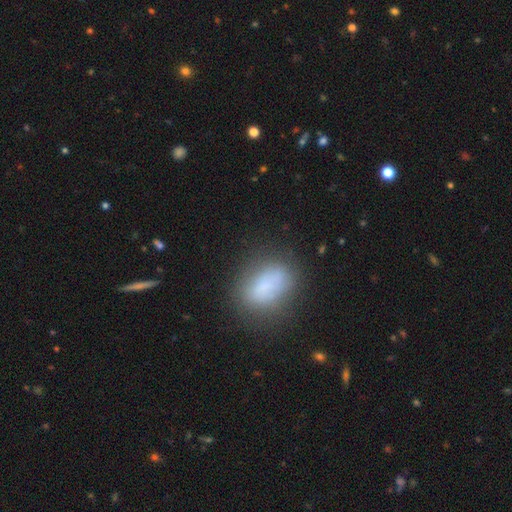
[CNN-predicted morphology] Smooth or featured?
  - smooth: 79% *
  - star or artifact: 12%
  - featured or disk: 9%
How rounded?
  - in between: 83% *
  - round: 13%
  - cigar-shaped: 4%
Merging?
  - none: 79% *
  - minor disturbance: 15%
  - major disturbance: 5%
  - merger: 2%